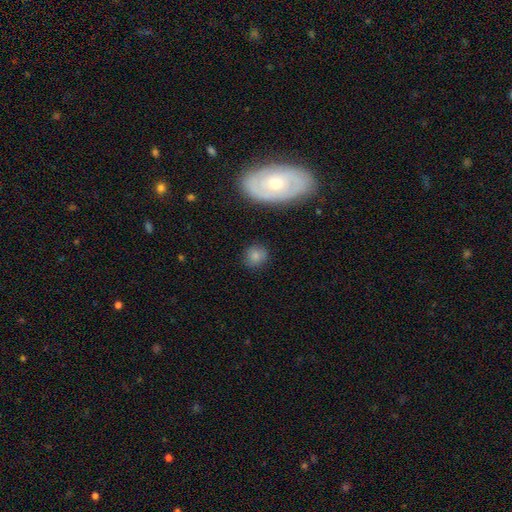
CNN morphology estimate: This is likely a smooth galaxy (79%). How rounded: clearly round (83%). Merging: clearly none (85%).